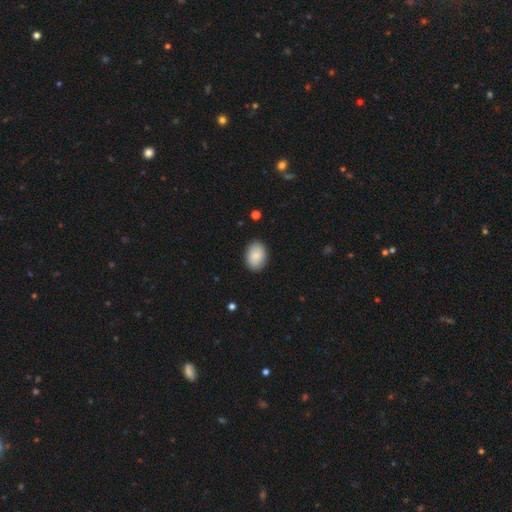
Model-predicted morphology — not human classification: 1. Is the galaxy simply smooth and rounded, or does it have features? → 85% smooth, 9% featured or disk, 6% star or artifact.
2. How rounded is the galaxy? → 80% in between, 19% round, 1% cigar-shaped.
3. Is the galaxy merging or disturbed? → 87% none, 9% minor disturbance, 2% major disturbance, 1% merger.